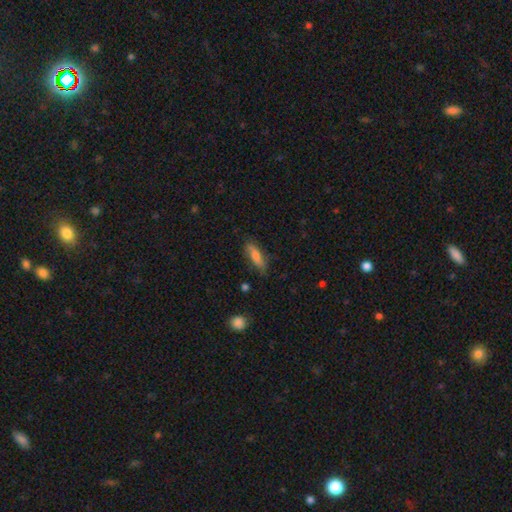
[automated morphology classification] Smooth or featured?
  - smooth: 68% *
  - featured or disk: 26%
  - star or artifact: 7%
How rounded?
  - cigar-shaped: 52% *
  - in between: 45%
  - round: 3%
Merging?
  - none: 75% *
  - minor disturbance: 19%
  - major disturbance: 4%
  - merger: 2%